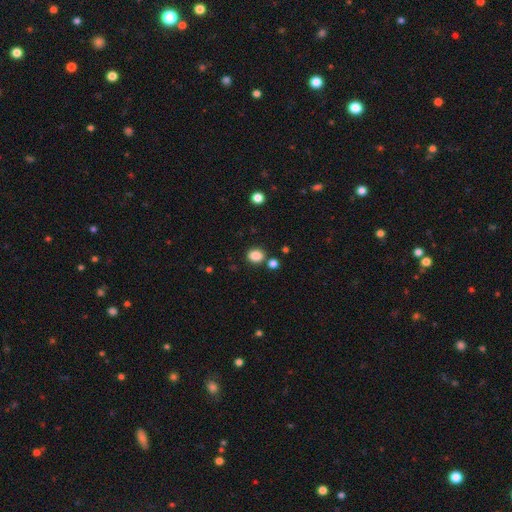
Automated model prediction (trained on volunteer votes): smooth 85%, star or artifact 11%, featured or disk 4%. Down the decision tree: how rounded — round (57%); merging — none (78%).